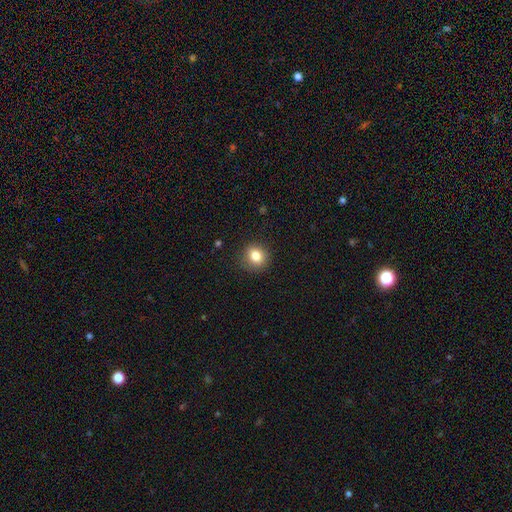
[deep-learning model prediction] Smooth or featured? Predicted: smooth (p=0.82). How rounded? Predicted: round (p=0.77). Merging? Predicted: none (p=0.87).